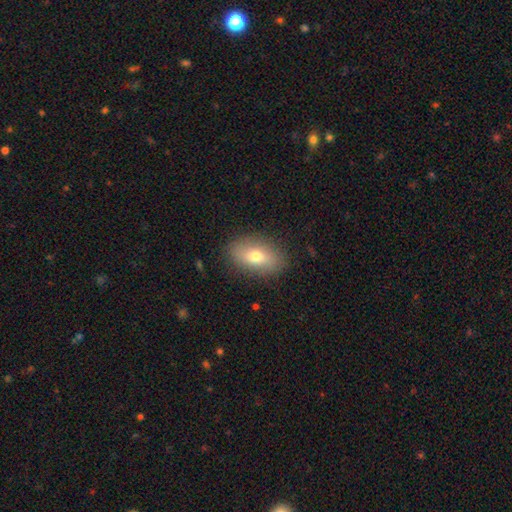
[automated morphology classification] smooth 71%, featured or disk 20%, star or artifact 9%. Down the decision tree: how rounded — in between (86%); merging — none (86%).